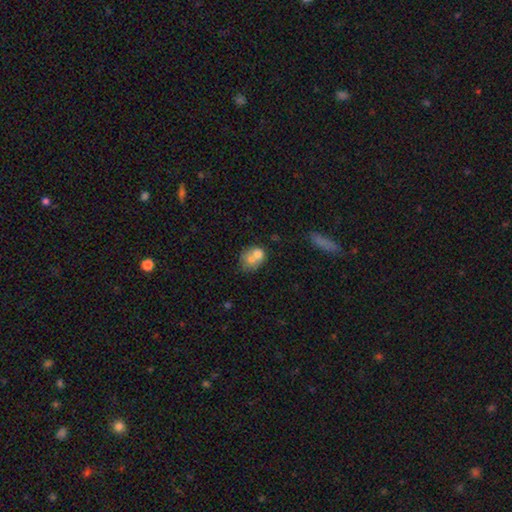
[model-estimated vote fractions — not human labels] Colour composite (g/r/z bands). It shows a smooth galaxy with no disk features (66%) that is round (52%). Merging: merger (55%).